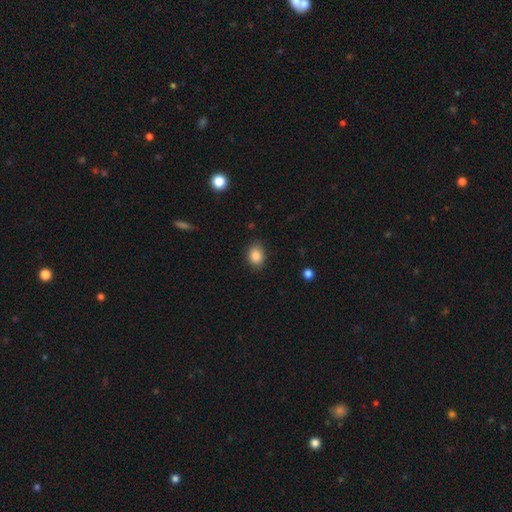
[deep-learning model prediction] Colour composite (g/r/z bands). It shows a smooth galaxy with no disk features (86%) that is in between round and cigar-shaped (60%). Merging: none (84%).